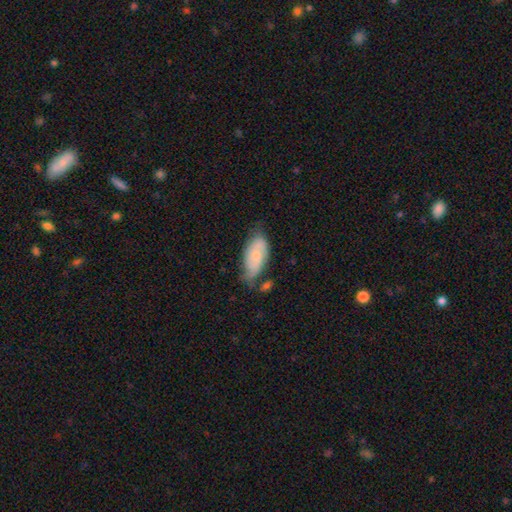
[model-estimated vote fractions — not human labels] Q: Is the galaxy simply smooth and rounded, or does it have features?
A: smooth — 49%.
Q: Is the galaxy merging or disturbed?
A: none — 50%.